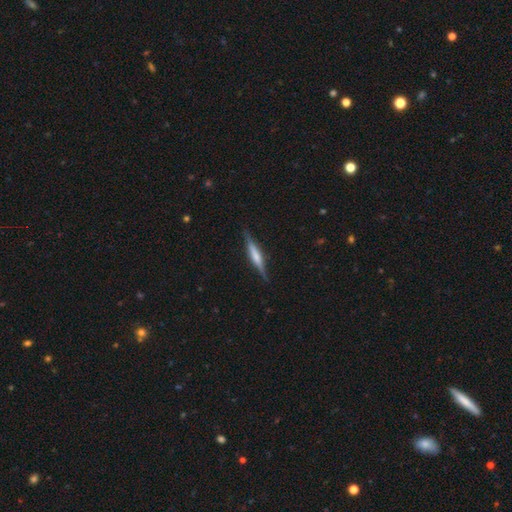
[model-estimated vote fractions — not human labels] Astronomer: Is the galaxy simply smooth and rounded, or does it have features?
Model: featured or disk — 62%.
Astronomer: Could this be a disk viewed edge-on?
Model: yes — 97%.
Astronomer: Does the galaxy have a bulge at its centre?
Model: rounded — 50% (runner-up: boxy, 28%).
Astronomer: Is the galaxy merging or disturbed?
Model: none — 87%.